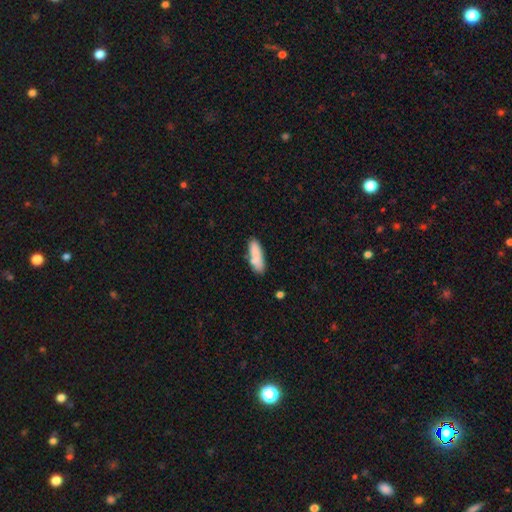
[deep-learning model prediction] This is clearly a smooth galaxy (82%). How rounded: possibly in between (52%). Merging: likely none (68%).